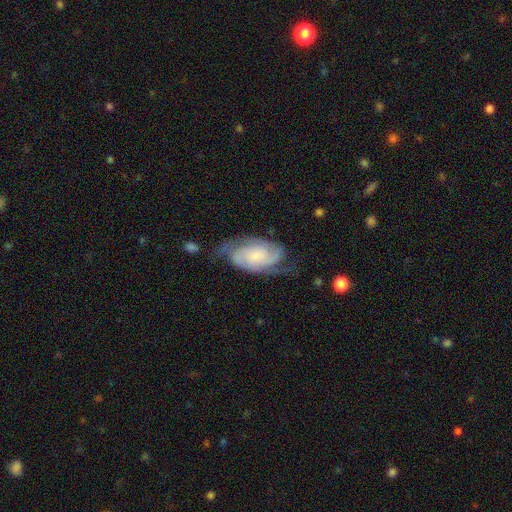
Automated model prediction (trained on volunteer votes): The model was most divided on "spiral winding": tight: 48%, medium: 40%, loose: 12%. More confident: spiral arms — yes (96%); edge-on disk — no (96%); smooth or featured — featured or disk (81%); bar — no (66%); merging — none (64%); spiral arm count — 2 (62%); bulge size — small (55%).